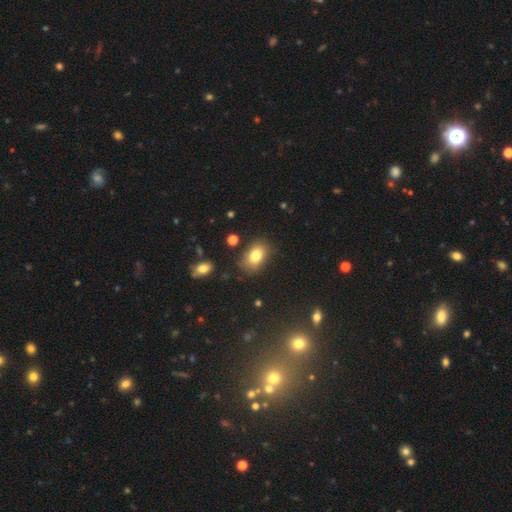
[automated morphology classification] The model was most divided on "merging": none: 79%, minor disturbance: 14%, major disturbance: 4%, merger: 3%. More confident: how rounded — in between (82%); smooth or featured — smooth (79%).